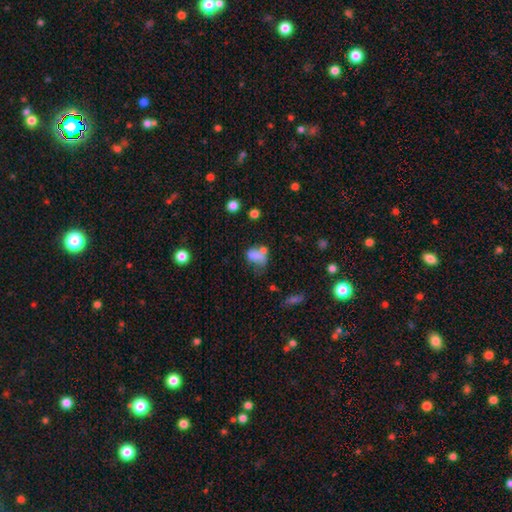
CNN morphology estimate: smooth-or-featured: smooth: 69% | featured or disk: 18% | star or artifact: 13%
  how-rounded: in between: 78% | round: 19% | cigar-shaped: 3%
  merging: major disturbance: 27% | none: 26% | merger: 24% | minor disturbance: 23%